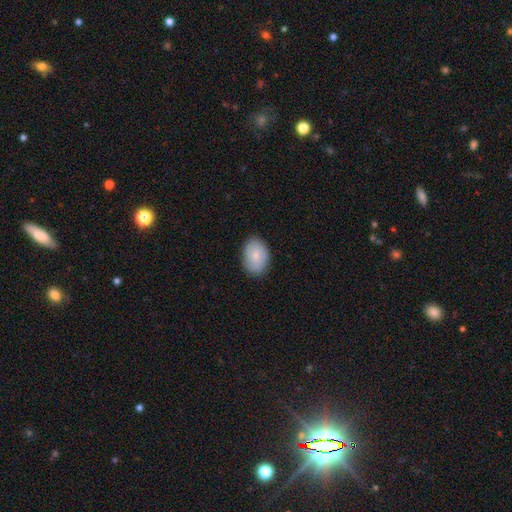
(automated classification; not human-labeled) This is likely a smooth galaxy (78%). How rounded: clearly in between (84%). Merging: clearly none (84%).